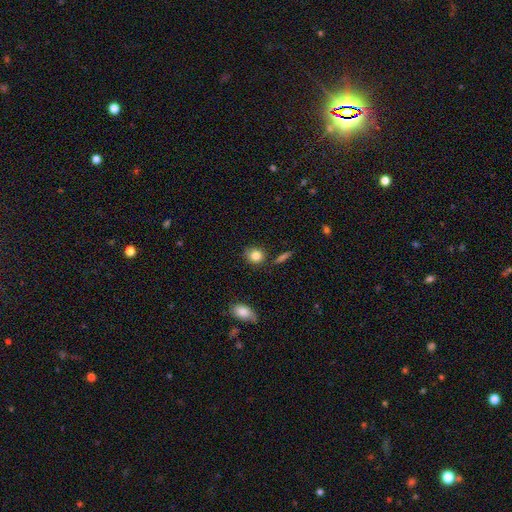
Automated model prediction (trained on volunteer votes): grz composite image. It shows a smooth galaxy with no disk features (84%) that is round (75%). Merging: none (80%).